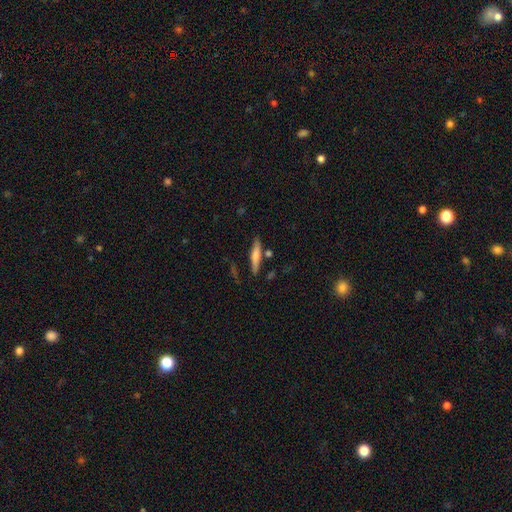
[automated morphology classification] This appears to be a smooth galaxy with no disk features (60%) that is cigar-shaped (86%). Merging: none (80%).